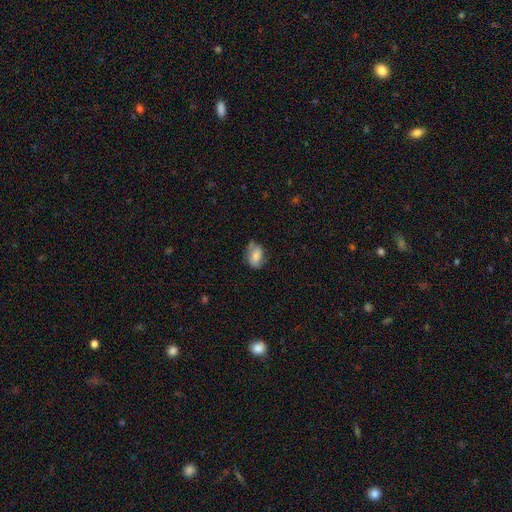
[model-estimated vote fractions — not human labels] Morphology: type=smooth (71%); roundness=in between (81%); merging=none (60%).